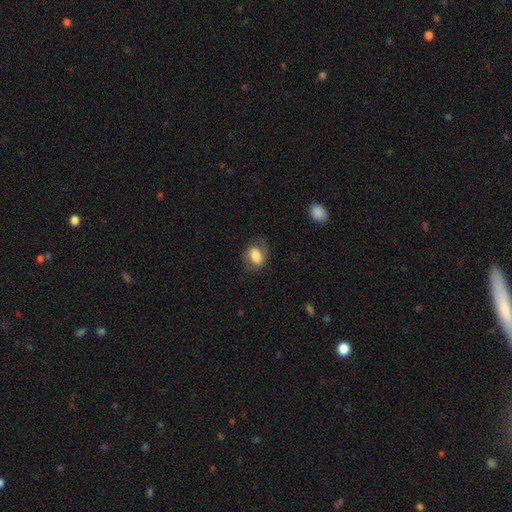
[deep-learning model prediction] smooth_or_featured: smooth (p=0.64) [alt: featured or disk p=0.28]
how_rounded: in between (p=0.76) [alt: round p=0.22]
merging: none (p=0.66) [alt: minor disturbance p=0.21]